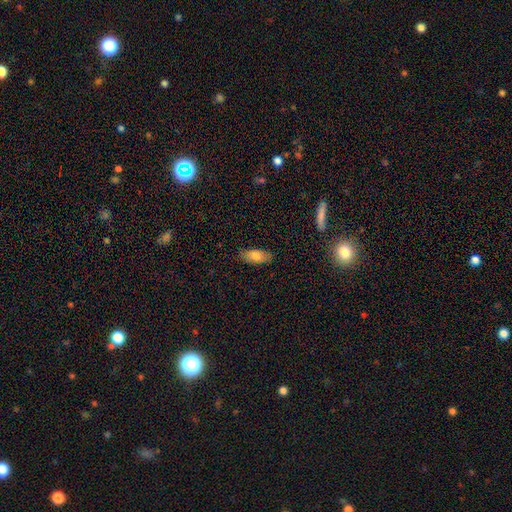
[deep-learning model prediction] The model was most divided on "how rounded": in between: 84%, cigar-shaped: 14%, round: 2%. More confident: merging — none (83%); smooth or featured — smooth (83%).